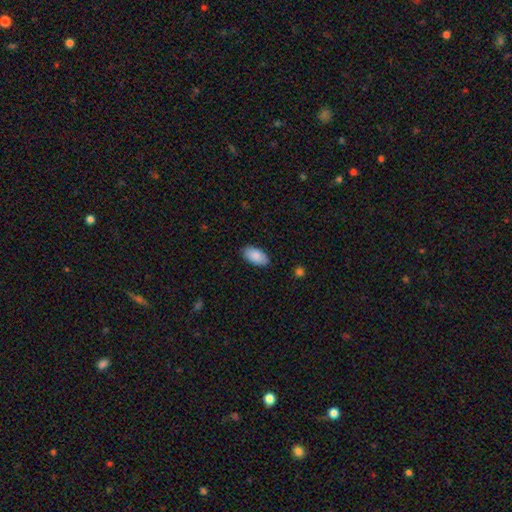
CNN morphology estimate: A smooth galaxy with no disk features (89%) that is in between round and cigar-shaped (95%). Merging: none (86%).